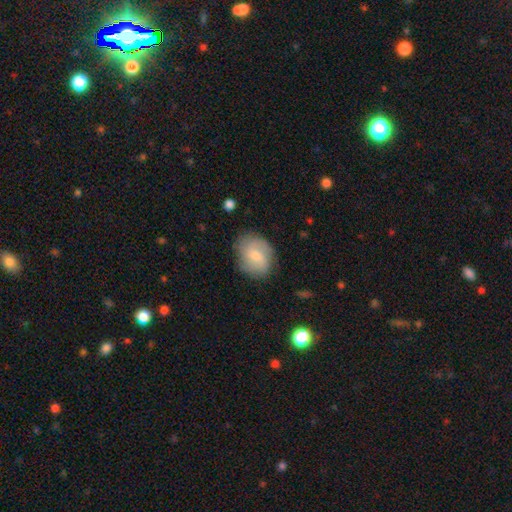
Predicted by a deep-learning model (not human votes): Smooth or featured? Predicted: smooth (p=0.54). How rounded? Predicted: in between (p=0.52). Merging? Predicted: none (p=0.77).